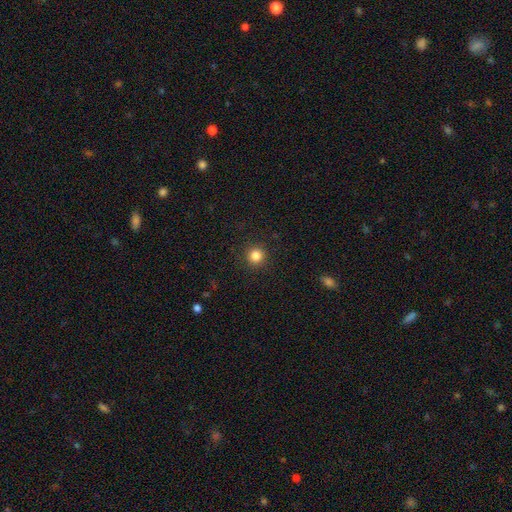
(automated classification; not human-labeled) smooth_or_featured: smooth (p=0.84) [alt: star or artifact p=0.12]
how_rounded: round (p=0.95) [alt: in between p=0.04]
merging: none (p=0.92) [alt: minor disturbance p=0.05]